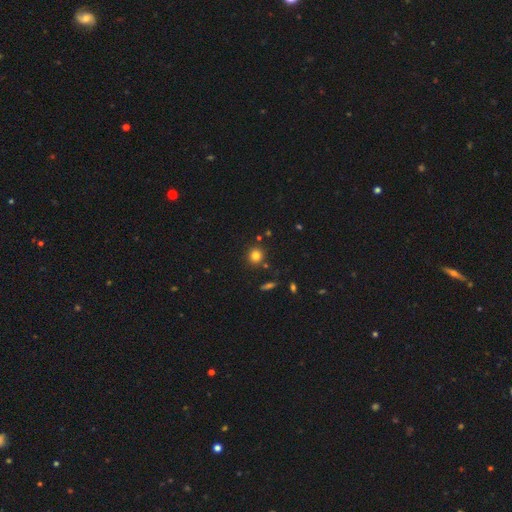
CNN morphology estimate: Smooth or featured?
  - smooth: 81% *
  - star or artifact: 13%
  - featured or disk: 6%
How rounded?
  - round: 89% *
  - in between: 10%
  - cigar-shaped: 1%
Merging?
  - none: 85% *
  - minor disturbance: 8%
  - merger: 5%
  - major disturbance: 2%